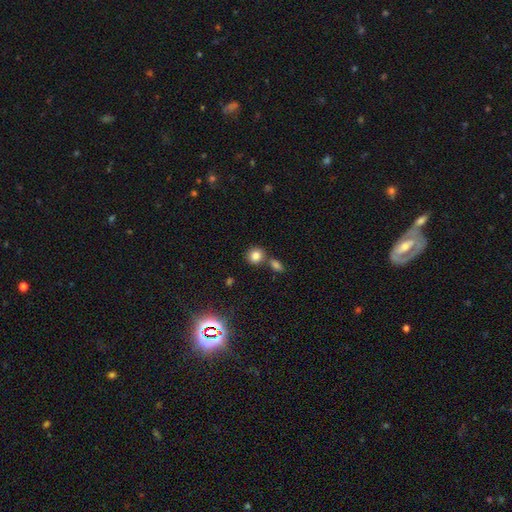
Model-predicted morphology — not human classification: smooth_or_featured: smooth (p=0.81) [alt: star or artifact p=0.12]
how_rounded: round (p=0.81) [alt: in between p=0.18]
merging: none (p=0.66) [alt: merger p=0.21]